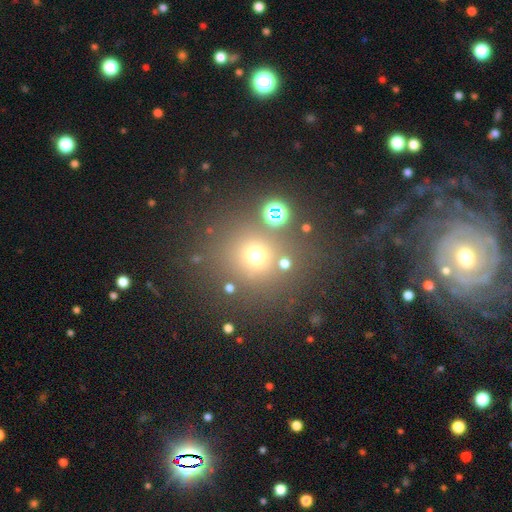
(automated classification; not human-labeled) smooth-or-featured: smooth: 65% | star or artifact: 26% | featured or disk: 9%
  how-rounded: round: 87% | in between: 12% | cigar-shaped: 1%
  merging: none: 75% | minor disturbance: 10% | merger: 9% | major disturbance: 6%